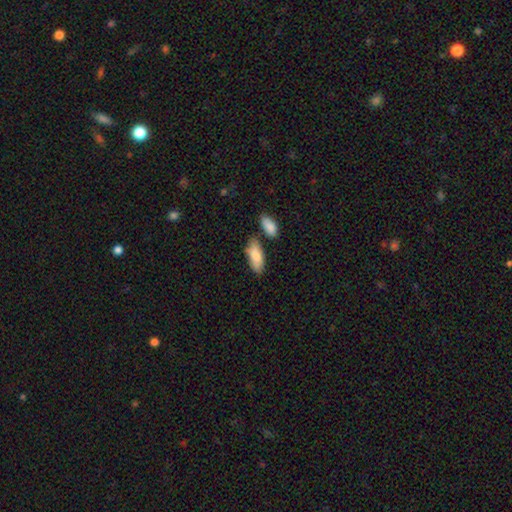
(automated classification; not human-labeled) Q: Smooth or featured?
A: smooth (86%); runner-up: featured or disk (9%)
Q: How rounded?
A: in between (81%); runner-up: cigar-shaped (17%)
Q: Merging?
A: none (65%); runner-up: minor disturbance (17%)